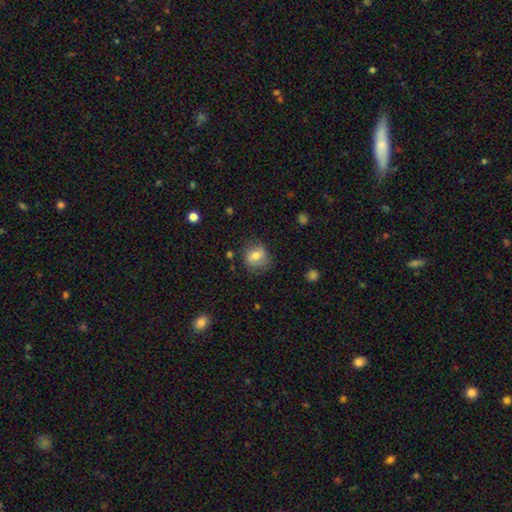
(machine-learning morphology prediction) smooth-or-featured: smooth: 71% | featured or disk: 20% | star or artifact: 9%
  how-rounded: round: 68% | in between: 31% | cigar-shaped: 1%
  merging: none: 68% | minor disturbance: 23% | major disturbance: 8% | merger: 2%